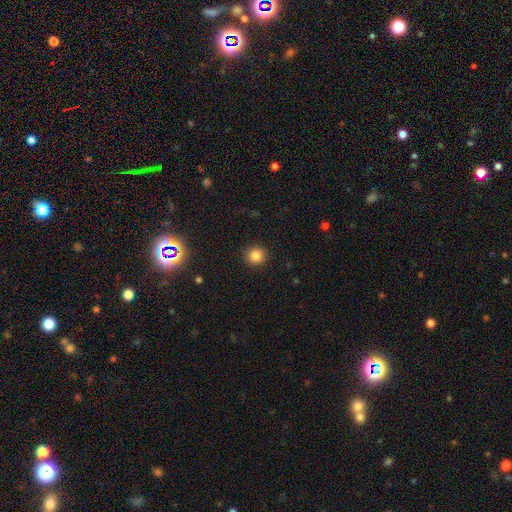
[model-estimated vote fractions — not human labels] A smooth galaxy with no disk features (83%) that is round (92%). Merging: none (91%).